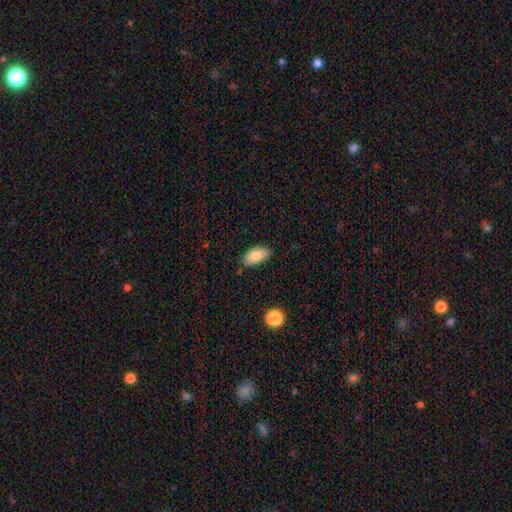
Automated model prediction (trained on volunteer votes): A smooth galaxy with no disk features (82%) that is in between round and cigar-shaped (93%).

Vote fractions:
- Smooth or featured? smooth: 82% / featured or disk: 10% / star or artifact: 7%
- How rounded? in between: 93% / round: 4% / cigar-shaped: 3%
- Merging? none: 79% / minor disturbance: 16% / major disturbance: 2% / merger: 2%